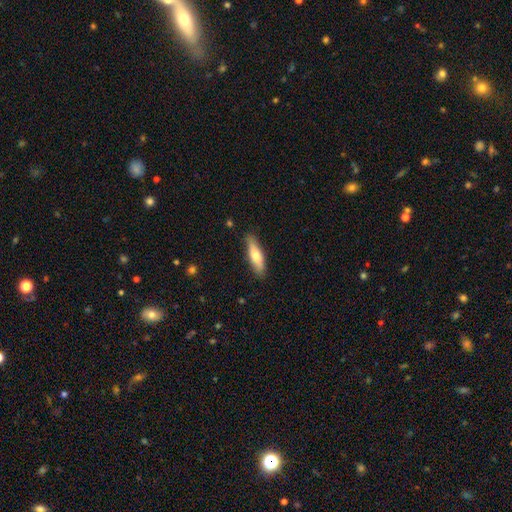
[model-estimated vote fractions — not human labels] Smooth or featured: smooth — 65% (featured or disk — 29%)
How rounded: cigar-shaped — 64% (in between — 34%)
Merging: none — 86% (minor disturbance — 11%)